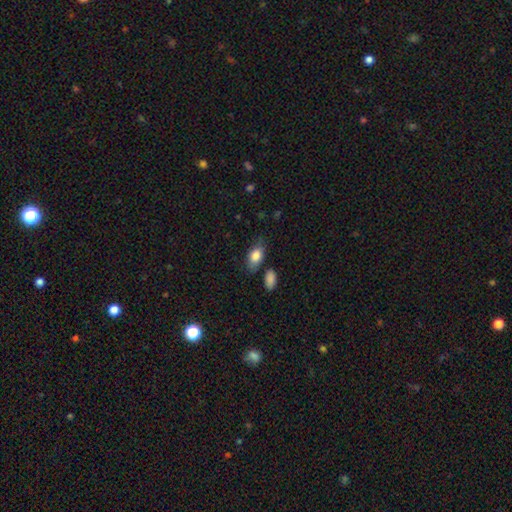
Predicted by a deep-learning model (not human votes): smooth 83%, featured or disk 11%, star or artifact 7%. Down the decision tree: how rounded — in between (88%); merging — none (69%).